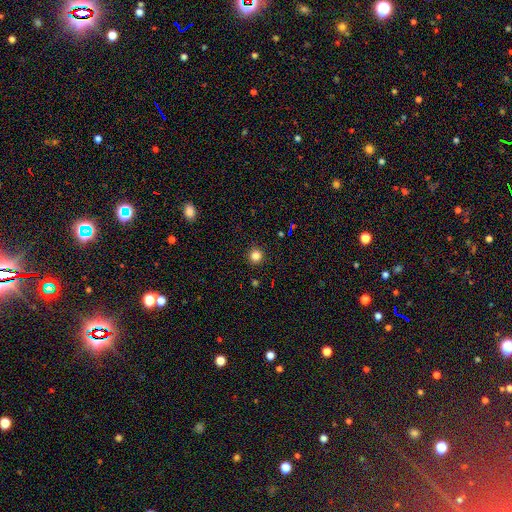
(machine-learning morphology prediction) The model was most divided on "smooth or featured": smooth: 82%, star or artifact: 13%, featured or disk: 4%. More confident: how rounded — round (95%); merging — none (93%).